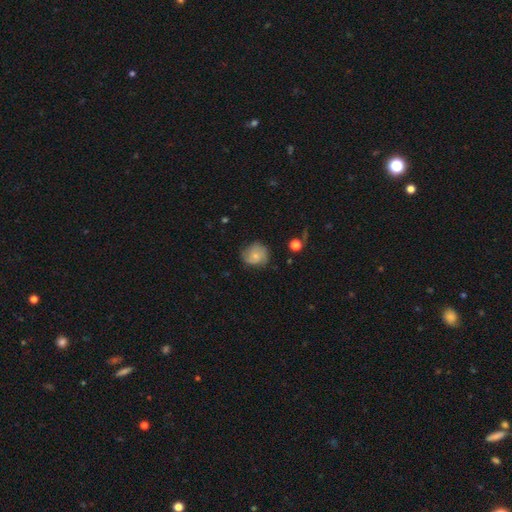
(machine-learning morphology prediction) The model was most divided on "smooth or featured": smooth: 56%, featured or disk: 36%, star or artifact: 8%. More confident: how rounded — round (82%); merging — none (66%).